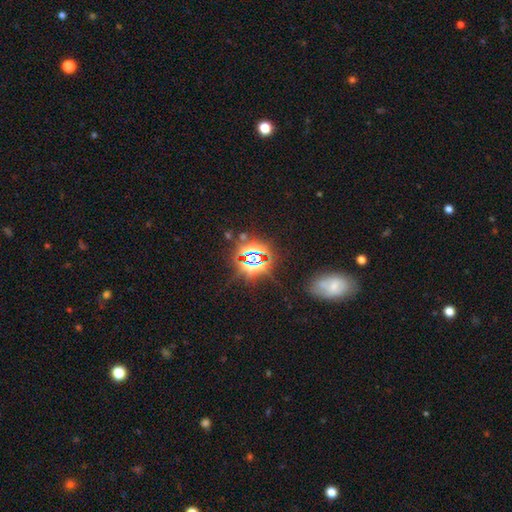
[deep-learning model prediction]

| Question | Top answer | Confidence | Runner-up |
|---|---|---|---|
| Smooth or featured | star or artifact | 73% | smooth (17%) |